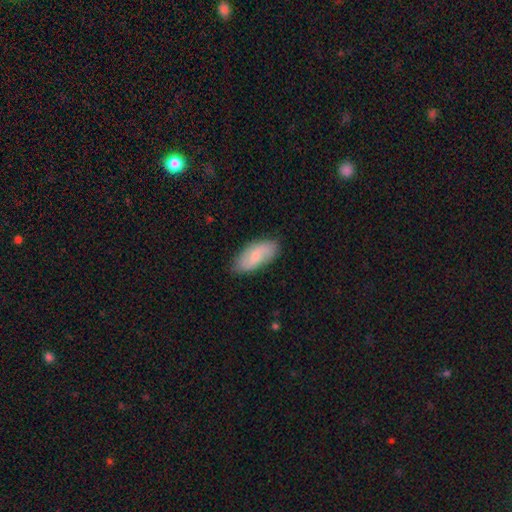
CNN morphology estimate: type=smooth (59%); roundness=in between (87%); merging=none (82%).